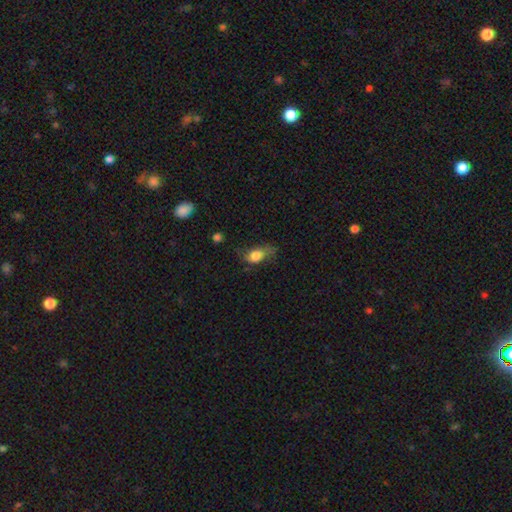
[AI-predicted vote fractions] Smooth or featured: smooth — 72% (featured or disk — 19%)
How rounded: in between — 76% (round — 19%)
Merging: none — 40% (minor disturbance — 33%)